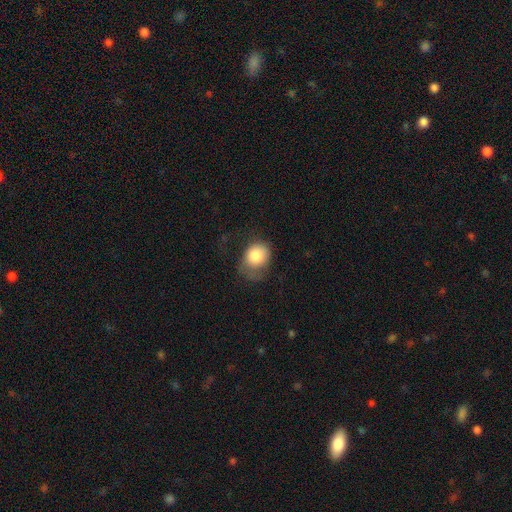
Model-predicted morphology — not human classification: This appears to be a smooth galaxy with no disk features (79%) that is round (58%). Merging: none (38%).